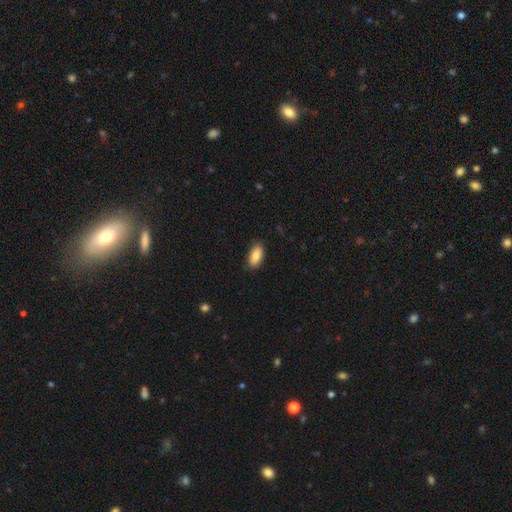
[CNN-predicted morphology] smooth 87%, star or artifact 7%, featured or disk 6%. Down the decision tree: how rounded — in between (92%); merging — none (86%).